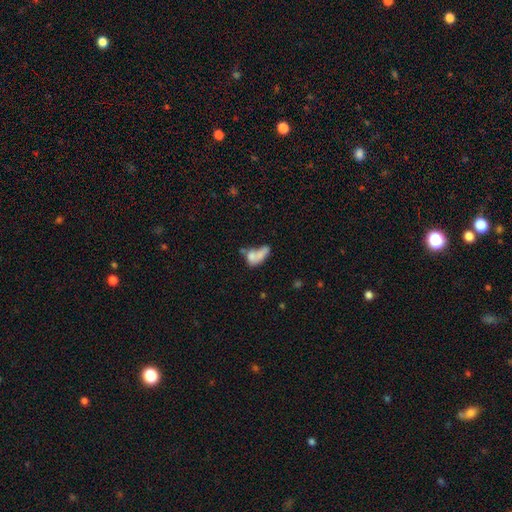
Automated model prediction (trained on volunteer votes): Q: Smooth or featured?
A: smooth (65%); runner-up: featured or disk (25%)
Q: How rounded?
A: in between (80%); runner-up: round (10%)
Q: Merging?
A: merger (52%); runner-up: none (19%)